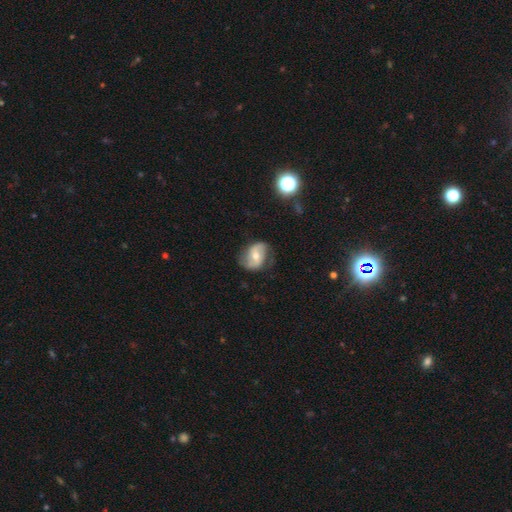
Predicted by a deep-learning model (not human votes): The model was most divided on "bar": weak: 39%, no: 37%, strong: 24%. Remaining: edge-on disk — no (96%); spiral arm count — 2 (86%); spiral arms — yes (85%); merging — none (67%); smooth or featured — featured or disk (65%); bulge size — moderate (59%); spiral winding — loose (46%).